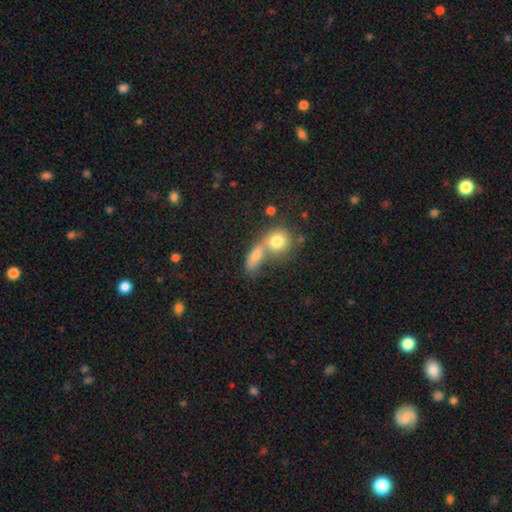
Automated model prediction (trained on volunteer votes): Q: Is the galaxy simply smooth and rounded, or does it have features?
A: smooth — 76%.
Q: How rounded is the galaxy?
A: in between — 57%.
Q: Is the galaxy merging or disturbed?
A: merger — 55%.